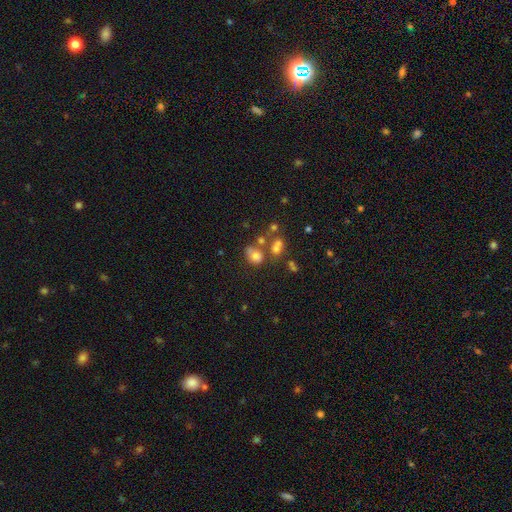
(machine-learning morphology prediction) Smooth or featured: smooth — 68% (star or artifact — 16%)
How rounded: in between — 51% (round — 47%)
Merging: none — 40% (merger — 29%)